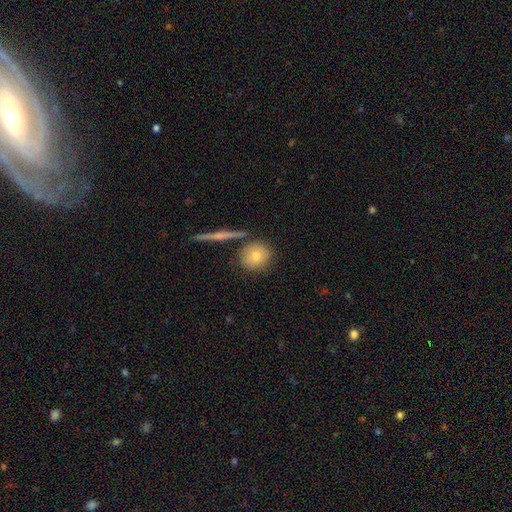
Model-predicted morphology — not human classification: A smooth galaxy with no disk features (70%) that is round (85%). Merging: none (78%).